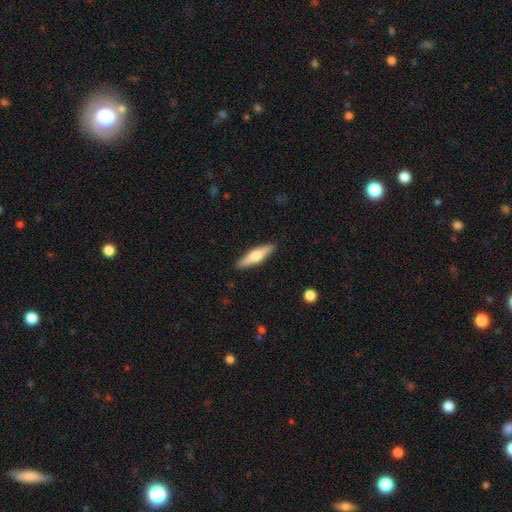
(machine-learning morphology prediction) The model was most divided on "smooth or featured": featured or disk: 48%, smooth: 47%, star or artifact: 5%. More confident: merging — none (90%).